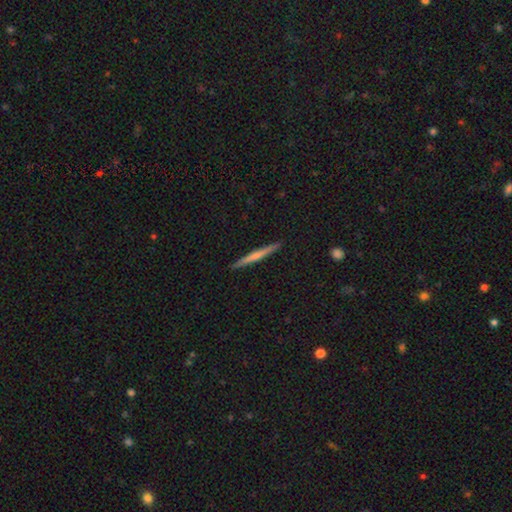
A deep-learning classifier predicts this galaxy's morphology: Smooth or featured: featured or disk — 47% (tied with smooth — 47%)
Merging: none — 92% (minor disturbance — 6%)